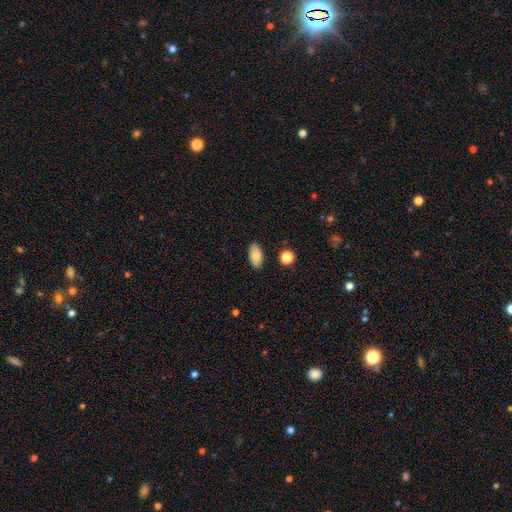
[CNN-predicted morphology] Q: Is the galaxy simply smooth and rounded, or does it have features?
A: smooth — 85%.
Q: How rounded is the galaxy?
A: in between — 93%.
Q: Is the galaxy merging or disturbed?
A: none — 87%.